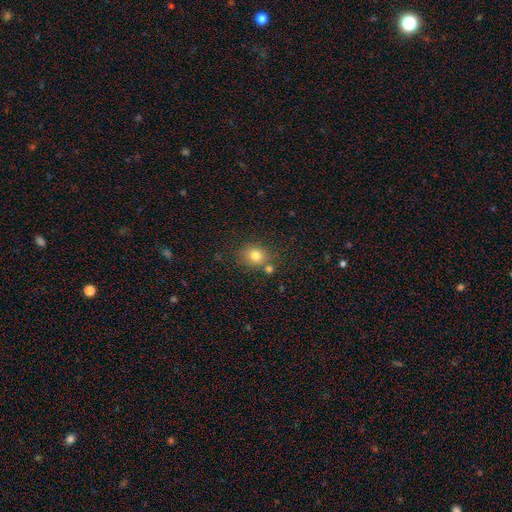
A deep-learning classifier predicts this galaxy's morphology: This is likely a smooth galaxy (78%). How rounded: likely round (74%). Merging: likely none (69%).